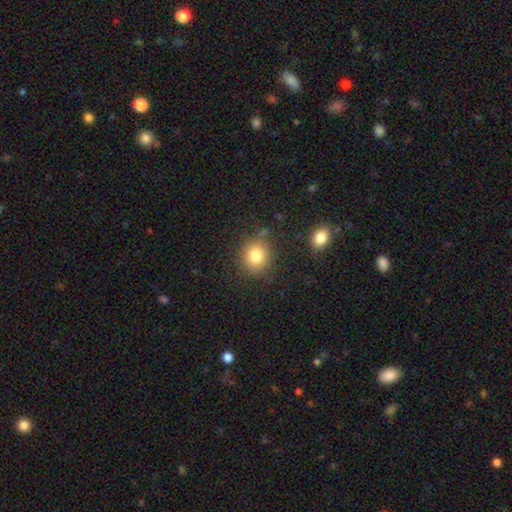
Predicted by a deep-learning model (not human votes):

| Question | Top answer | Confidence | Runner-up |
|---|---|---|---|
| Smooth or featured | smooth | 81% | star or artifact (11%) |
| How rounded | round | 79% | in between (20%) |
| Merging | none | 82% | minor disturbance (11%) |